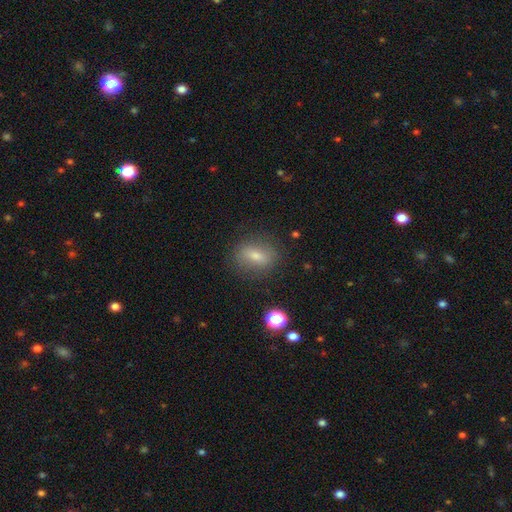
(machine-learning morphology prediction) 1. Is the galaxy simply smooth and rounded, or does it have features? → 64% smooth, 23% featured or disk, 13% star or artifact.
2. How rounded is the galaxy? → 62% in between, 29% round, 9% cigar-shaped.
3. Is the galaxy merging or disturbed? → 83% none, 12% minor disturbance, 4% major disturbance, 2% merger.